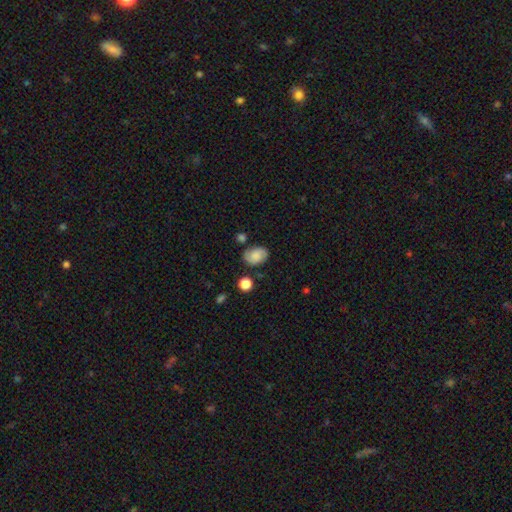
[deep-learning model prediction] A smooth galaxy with no disk features (58%) that is in between round and cigar-shaped (76%).

Vote fractions:
- Smooth or featured? smooth: 58% / featured or disk: 33% / star or artifact: 10%
- How rounded? in between: 76% / round: 23% / cigar-shaped: 1%
- Merging? none: 73% / minor disturbance: 17% / merger: 5% / major disturbance: 5%